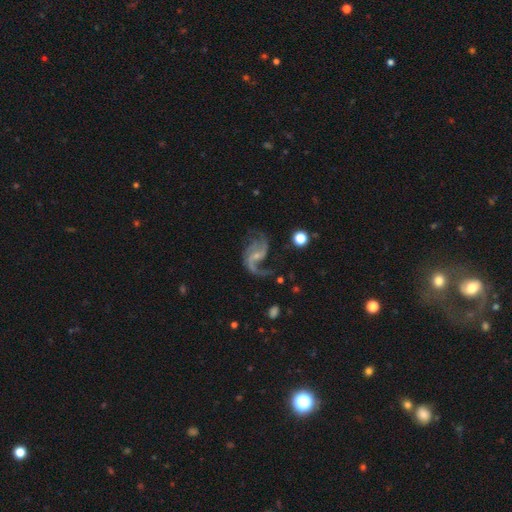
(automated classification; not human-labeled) smooth-or-featured: featured or disk: 90% | star or artifact: 5% | smooth: 5%
  disk-edge-on: no: 98% | yes: 2%
    bar: no: 44% | weak: 42% | strong: 14%
    has-spiral-arms: yes: 97% | no: 3%
      spiral-winding: loose: 58% | medium: 35% | tight: 7%
      spiral-arm-count: 2: 75% | 3: 8% | 1: 7% | can't tell: 5% | 4: 3% | more than 4: 2%
    bulge-size: small: 70% | moderate: 21% | none: 6% | large: 1% | dominant: 1%
  merging: none: 57% | major disturbance: 21% | minor disturbance: 19% | merger: 3%